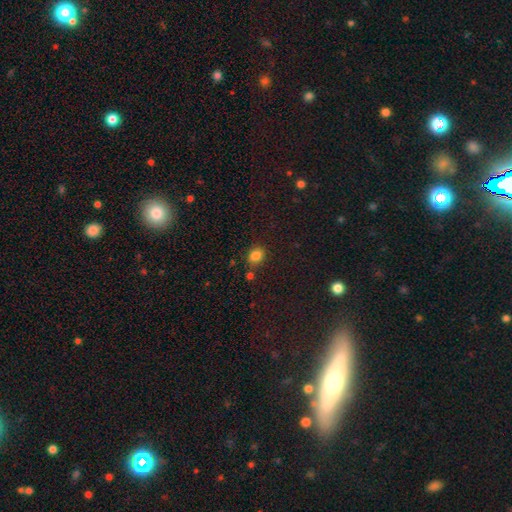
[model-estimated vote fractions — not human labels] A smooth galaxy with no disk features (82%) that is round (52%).

Vote fractions:
- Smooth or featured? smooth: 82% / star or artifact: 13% / featured or disk: 5%
- How rounded? round: 52% / in between: 47% / cigar-shaped: 1%
- Merging? none: 76% / minor disturbance: 12% / merger: 9% / major disturbance: 3%